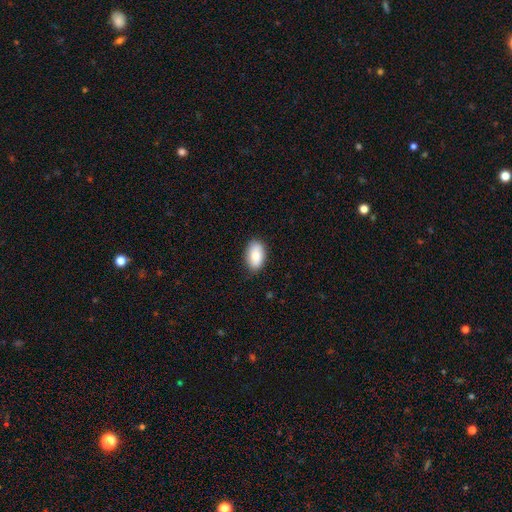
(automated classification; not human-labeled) Smooth or featured: smooth — 86% (featured or disk — 8%)
How rounded: in between — 93% (round — 5%)
Merging: none — 85% (minor disturbance — 12%)